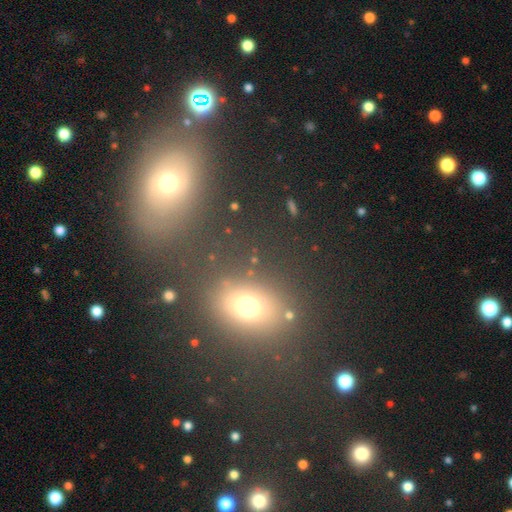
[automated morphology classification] A smooth galaxy with no disk features (56%) that is in between round and cigar-shaped (59%).

Vote fractions:
- Smooth or featured? smooth: 56% / star or artifact: 29% / featured or disk: 15%
- How rounded? in between: 59% / round: 38% / cigar-shaped: 3%
- Merging? none: 67% / merger: 16% / minor disturbance: 11% / major disturbance: 6%